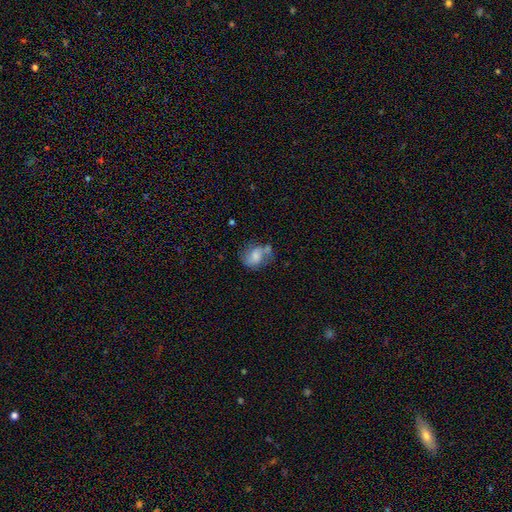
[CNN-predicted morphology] A smooth galaxy with no disk features (47%).

Vote fractions:
- Smooth or featured? smooth: 47% / featured or disk: 43% / star or artifact: 9%
- Merging? none: 45% / minor disturbance: 26% / merger: 15% / major disturbance: 15%